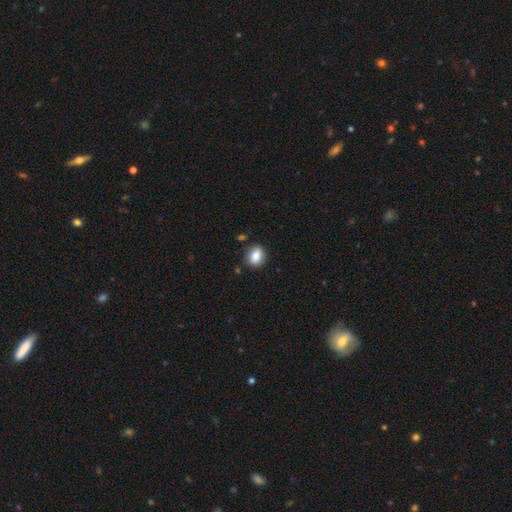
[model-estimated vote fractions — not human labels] Smooth or featured? Predicted: smooth (p=0.81). How rounded? Predicted: round (p=0.59). Merging? Predicted: none (p=0.85).